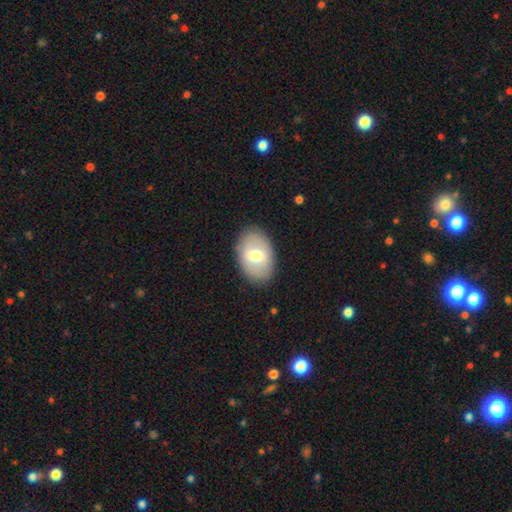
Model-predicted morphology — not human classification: This is likely a smooth galaxy (61%). How rounded: clearly in between (85%). Merging: clearly none (86%).